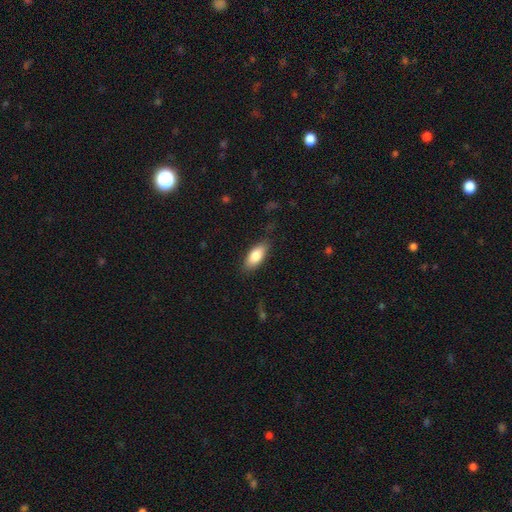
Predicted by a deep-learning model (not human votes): The model was most divided on "merging": none: 82%, minor disturbance: 14%, major disturbance: 3%, merger: 1%. More confident: how rounded — in between (85%); smooth or featured — smooth (83%).